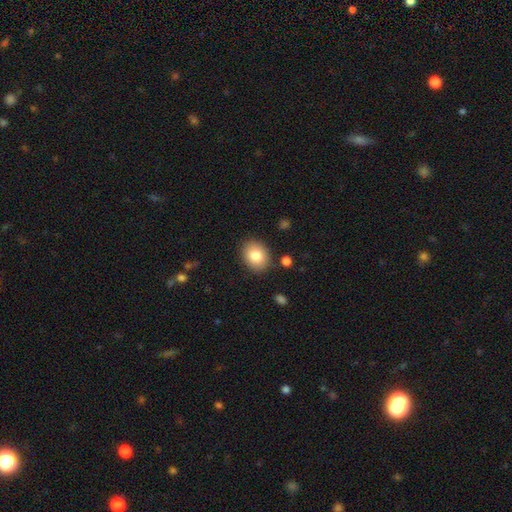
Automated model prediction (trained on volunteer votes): smooth-or-featured: smooth: 82% | featured or disk: 10% | star or artifact: 8%
  how-rounded: in between: 52% | round: 47% | cigar-shaped: 1%
  merging: none: 87% | minor disturbance: 9% | major disturbance: 2% | merger: 2%